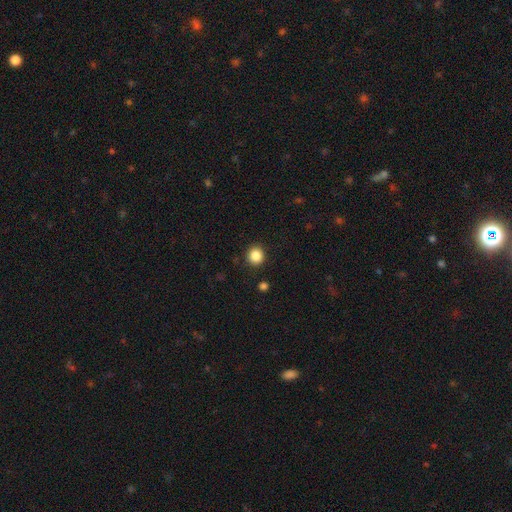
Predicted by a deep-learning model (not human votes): A smooth galaxy with no disk features (86%) that is round (90%). Merging: none (90%).